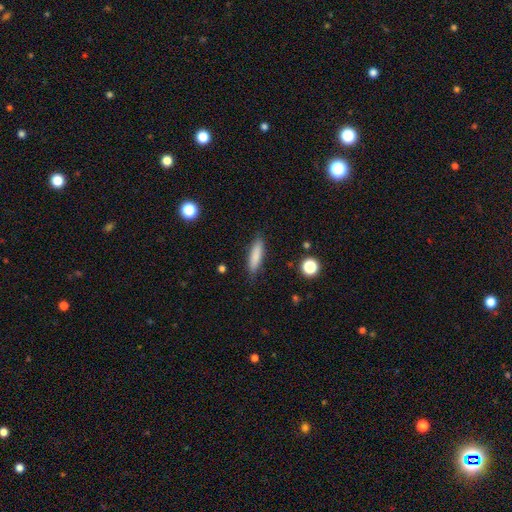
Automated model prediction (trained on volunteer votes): Q: Smooth or featured?
A: smooth (83%); runner-up: featured or disk (10%)
Q: How rounded?
A: cigar-shaped (70%); runner-up: in between (28%)
Q: Merging?
A: none (86%); runner-up: minor disturbance (11%)